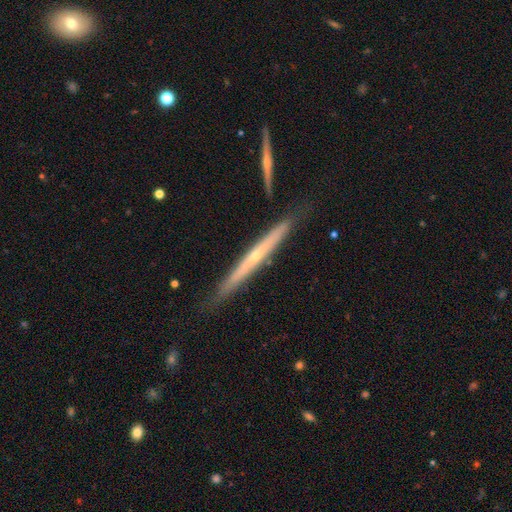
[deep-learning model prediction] Smooth or featured? featured or disk (71%)
Edge-on disk? yes (95%)
Edge-on bulge? rounded (61%)
Merging? none (83%)